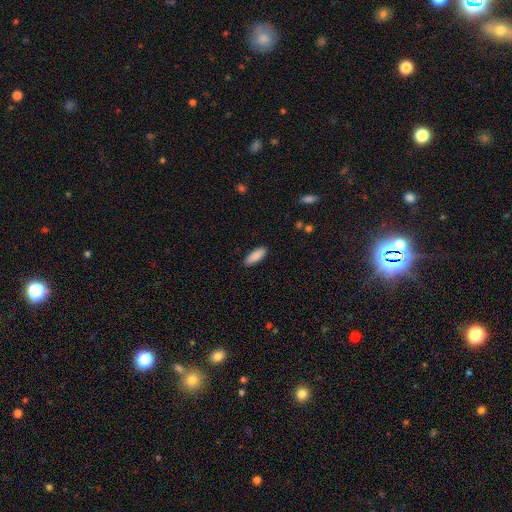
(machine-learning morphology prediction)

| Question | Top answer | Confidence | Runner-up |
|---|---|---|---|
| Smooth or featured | smooth | 90% | star or artifact (6%) |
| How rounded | in between | 72% | cigar-shaped (26%) |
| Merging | none | 89% | minor disturbance (8%) |